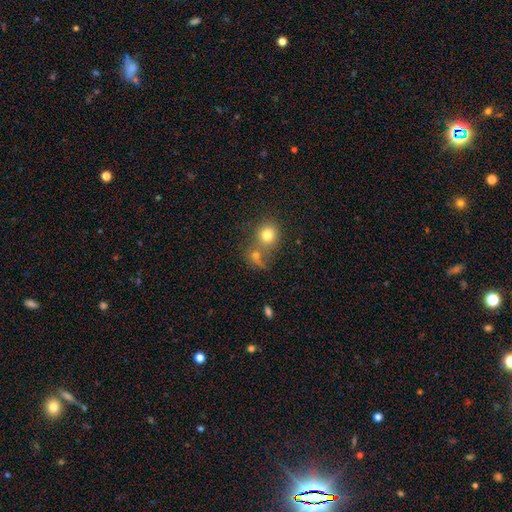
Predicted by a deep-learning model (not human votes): Smooth or featured: smooth — 71% (star or artifact — 15%)
How rounded: round — 75% (in between — 23%)
Merging: merger — 48% (none — 37%)